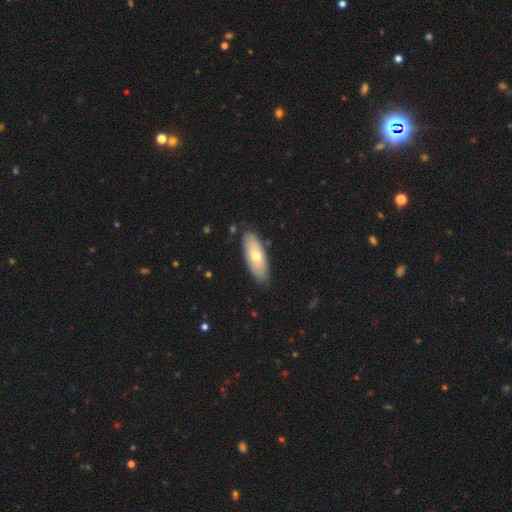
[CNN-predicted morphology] smooth_or_featured: smooth (p=0.59) [alt: featured or disk p=0.35]
how_rounded: in between (p=0.79) [alt: cigar-shaped p=0.19]
merging: none (p=0.82) [alt: minor disturbance p=0.14]